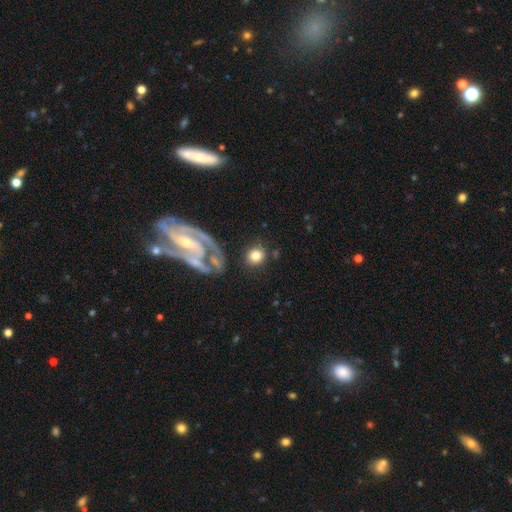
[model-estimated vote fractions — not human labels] This is likely a smooth galaxy (75%). How rounded: clearly round (84%). Merging: likely none (77%).